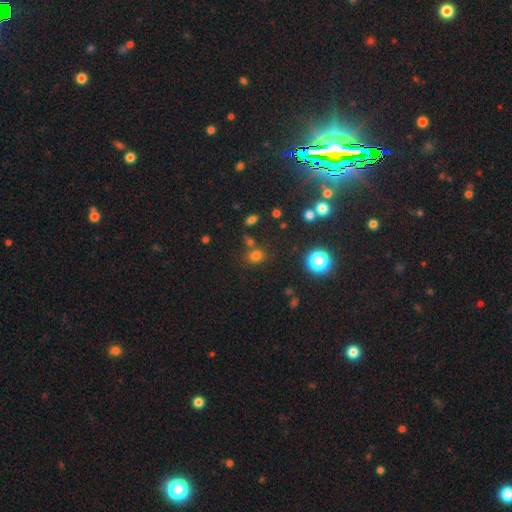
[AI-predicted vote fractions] smooth_or_featured: smooth (p=0.69) [alt: star or artifact p=0.23]
how_rounded: round (p=0.65) [alt: in between p=0.33]
merging: none (p=0.69) [alt: merger p=0.14]